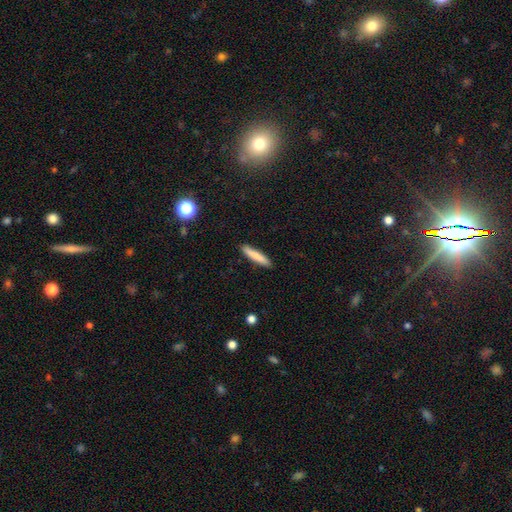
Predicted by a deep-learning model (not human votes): smooth_or_featured: smooth (p=0.83) [alt: featured or disk p=0.11]
how_rounded: cigar-shaped (p=0.88) [alt: in between p=0.10]
merging: none (p=0.90) [alt: minor disturbance p=0.07]